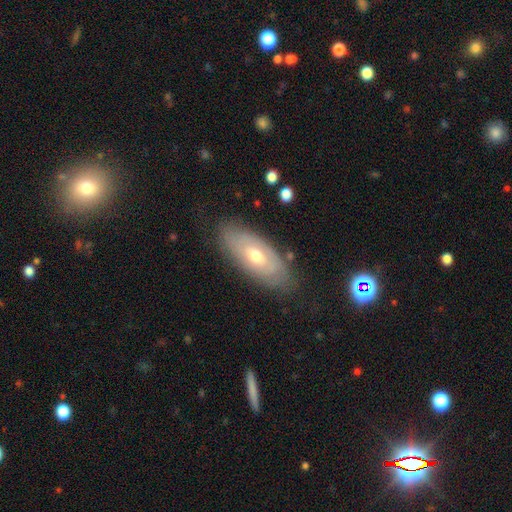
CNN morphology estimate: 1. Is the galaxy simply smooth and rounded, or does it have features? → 56% featured or disk, 36% smooth, 8% star or artifact.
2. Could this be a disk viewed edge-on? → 82% no, 18% yes.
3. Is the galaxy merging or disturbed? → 79% none, 15% minor disturbance, 4% major disturbance, 2% merger.